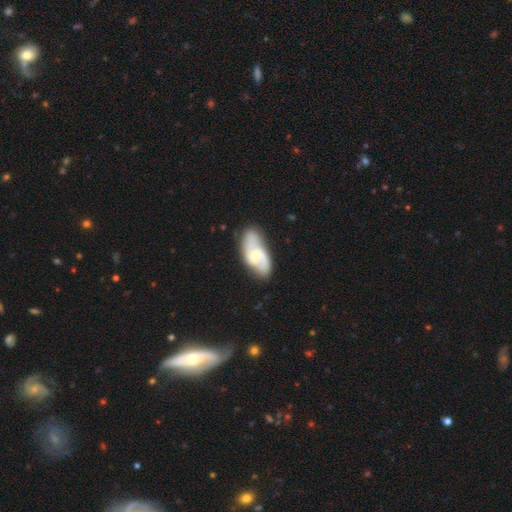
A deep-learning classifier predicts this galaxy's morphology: smooth_or_featured: featured or disk (p=0.66) [alt: smooth p=0.29]
disk_edge_on: no (p=0.94) [alt: yes p=0.06]
bar: no (p=0.50) [alt: weak p=0.42]
has_spiral_arms: yes (p=0.87) [alt: no p=0.13]
spiral_winding: medium (p=0.45) [alt: loose p=0.33]
spiral_arm_count: 2 (p=0.78) [alt: can't tell p=0.12]
bulge_size: small (p=0.48) [alt: moderate p=0.44]
merging: none (p=0.63) [alt: minor disturbance p=0.24]